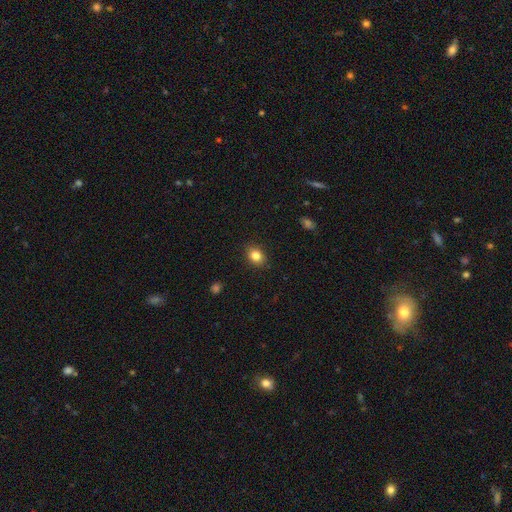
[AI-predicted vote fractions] Overall: smooth (84%). How rounded: in between (59%; round 40%). Merging: none (88%).